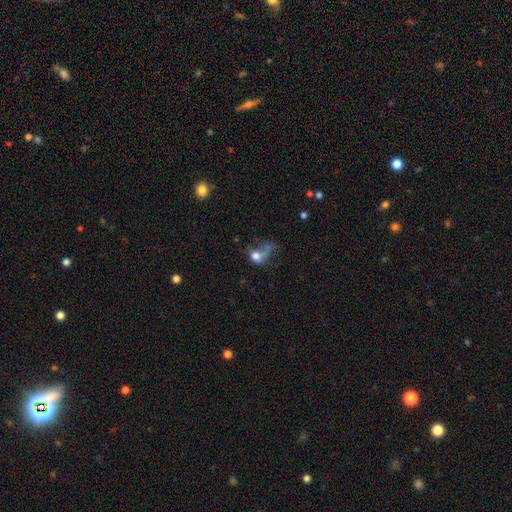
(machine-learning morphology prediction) The model was most divided on "how rounded": in between: 52%, round: 46%, cigar-shaped: 2%. Remaining: smooth or featured — smooth (65%); merging — major disturbance (43%).